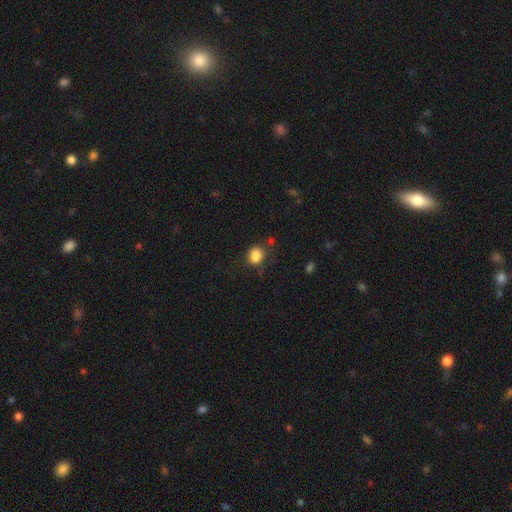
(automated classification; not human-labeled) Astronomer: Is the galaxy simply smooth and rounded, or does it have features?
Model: smooth — 83%.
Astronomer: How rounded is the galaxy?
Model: round — 51% (runner-up: in between, 48%).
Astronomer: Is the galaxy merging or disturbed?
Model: none — 57%.